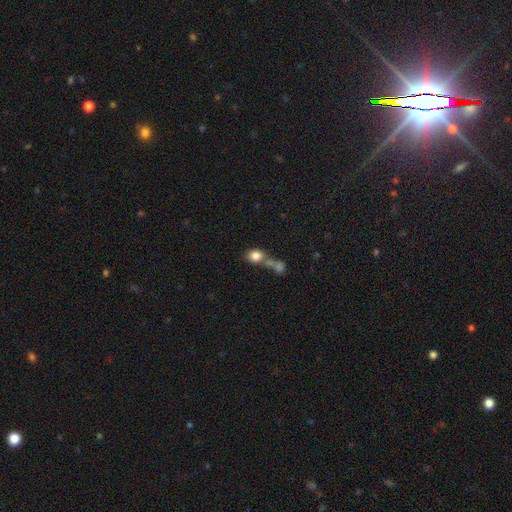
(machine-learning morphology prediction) A smooth galaxy with no disk features (79%) that is round (61%). Merging: merger (55%).